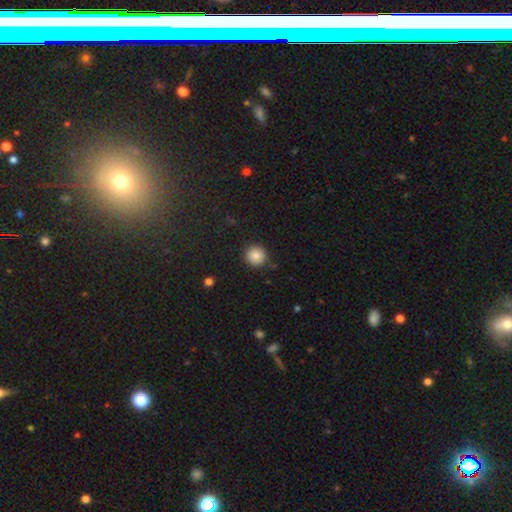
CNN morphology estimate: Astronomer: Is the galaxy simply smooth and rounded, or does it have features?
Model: smooth — 85%.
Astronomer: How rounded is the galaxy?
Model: round — 95%.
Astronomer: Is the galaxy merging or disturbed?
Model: none — 89%.